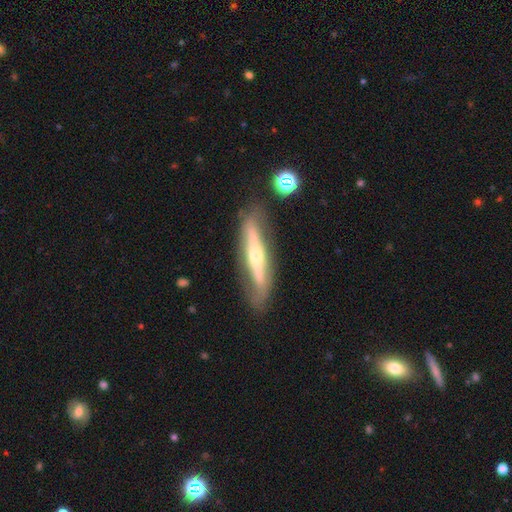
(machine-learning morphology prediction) Smooth or featured?
  - featured or disk: 67% *
  - smooth: 27%
  - star or artifact: 6%
Edge-on disk?
  - yes: 72% *
  - no: 28%
Merging?
  - none: 76% *
  - minor disturbance: 16%
  - major disturbance: 6%
  - merger: 3%